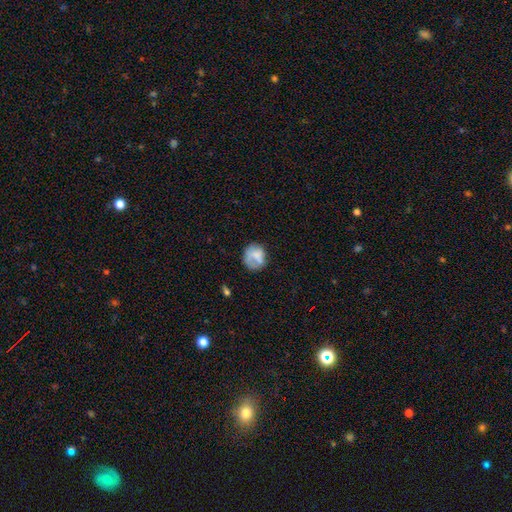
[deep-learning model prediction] smooth-or-featured: smooth: 66% | featured or disk: 25% | star or artifact: 9%
  how-rounded: round: 72% | in between: 27% | cigar-shaped: 1%
  merging: none: 50% | minor disturbance: 27% | major disturbance: 18% | merger: 5%